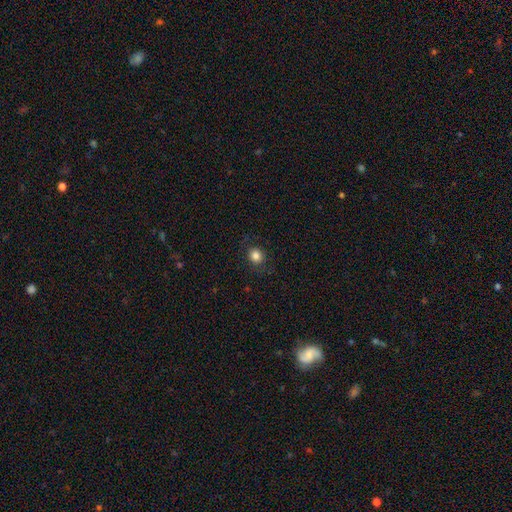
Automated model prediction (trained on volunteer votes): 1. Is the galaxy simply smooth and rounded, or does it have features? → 83% smooth, 11% star or artifact, 6% featured or disk.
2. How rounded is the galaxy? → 79% round, 20% in between, 1% cigar-shaped.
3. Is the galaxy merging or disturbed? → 85% none, 10% minor disturbance, 4% major disturbance, 1% merger.